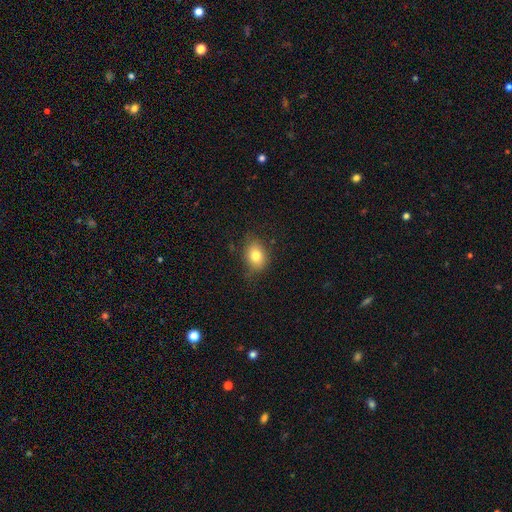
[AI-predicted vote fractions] Q: Smooth or featured?
A: smooth (80%); runner-up: featured or disk (10%)
Q: How rounded?
A: in between (60%); runner-up: round (38%)
Q: Merging?
A: none (74%); runner-up: minor disturbance (20%)